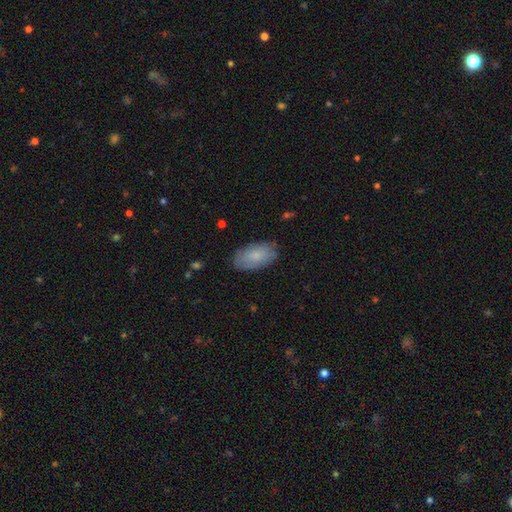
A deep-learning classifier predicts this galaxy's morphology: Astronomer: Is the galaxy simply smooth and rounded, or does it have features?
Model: smooth — 77%.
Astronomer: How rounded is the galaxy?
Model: in between — 95%.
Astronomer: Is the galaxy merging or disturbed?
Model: none — 82%.